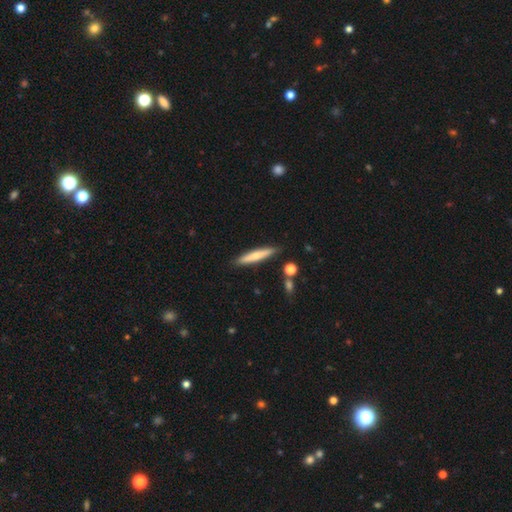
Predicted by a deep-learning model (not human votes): A smooth galaxy with no disk features (61%) that is cigar-shaped (91%). Merging: none (87%).